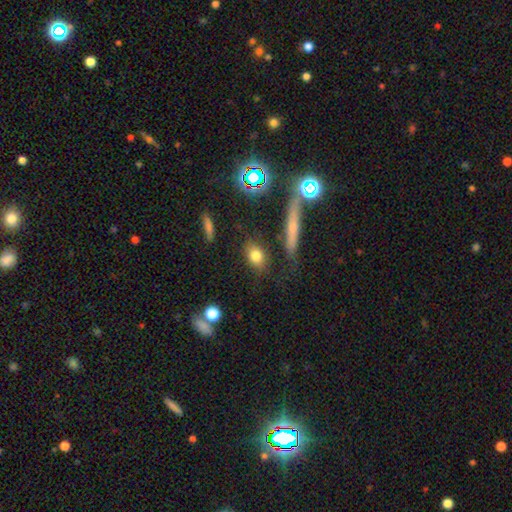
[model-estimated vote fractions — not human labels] This appears to be a smooth galaxy with no disk features (78%) that is in between round and cigar-shaped (62%). Merging: none (80%).